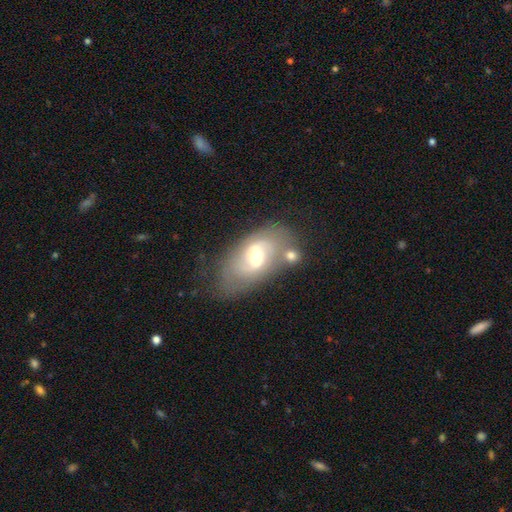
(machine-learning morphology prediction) Smooth or featured?
  - featured or disk: 63% *
  - smooth: 29%
  - star or artifact: 8%
Edge-on disk?
  - no: 93% *
  - yes: 7%
Bar?
  - weak: 49% *
  - no: 35%
  - strong: 16%
Spiral arms?
  - yes: 73% *
  - no: 27%
Bulge size?
  - moderate: 65% *
  - small: 26%
  - large: 7%
  - dominant: 1%
  - none: 1%
Merging?
  - none: 54% *
  - minor disturbance: 21%
  - merger: 15%
  - major disturbance: 10%